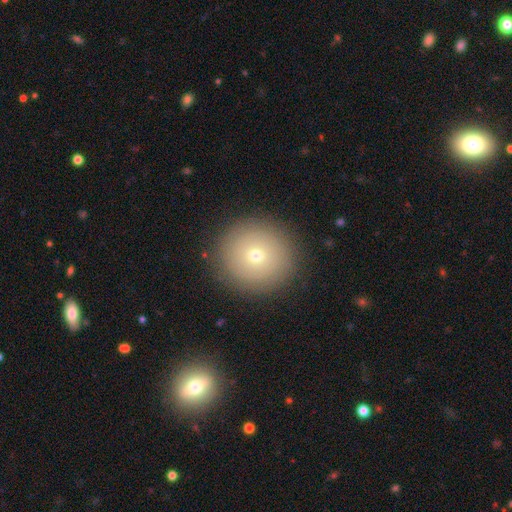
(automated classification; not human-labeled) A smooth galaxy with no disk features (70%) that is round (95%).

Vote fractions:
- Smooth or featured? smooth: 70% / featured or disk: 18% / star or artifact: 13%
- How rounded? round: 95% / in between: 4% / cigar-shaped: 1%
- Merging? none: 90% / minor disturbance: 6% / major disturbance: 3% / merger: 1%